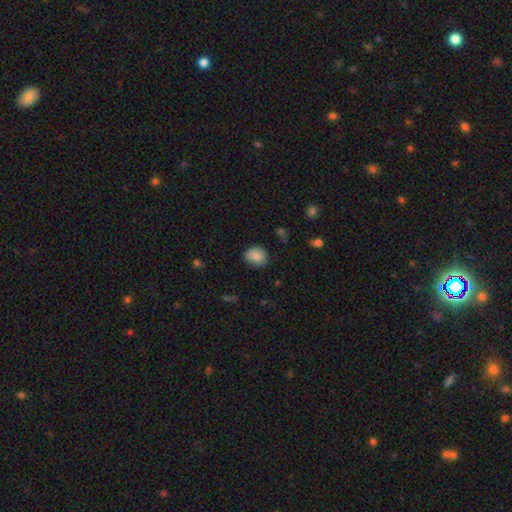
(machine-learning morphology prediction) smooth_or_featured: smooth (p=0.87) [alt: star or artifact p=0.08]
how_rounded: round (p=0.62) [alt: in between p=0.38]
merging: none (p=0.77) [alt: minor disturbance p=0.18]